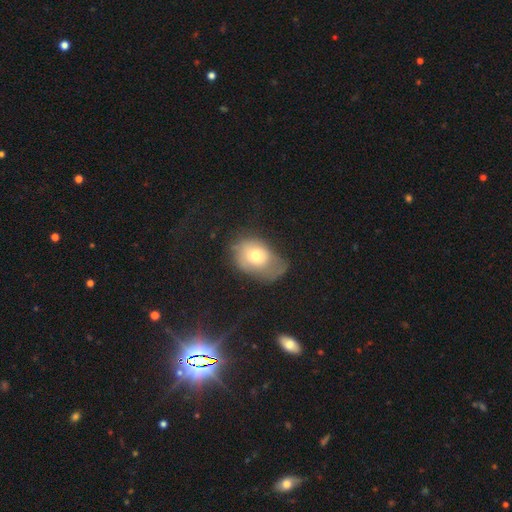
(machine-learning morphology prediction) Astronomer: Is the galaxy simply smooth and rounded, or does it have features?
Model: smooth — 63%.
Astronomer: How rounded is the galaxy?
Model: in between — 69%.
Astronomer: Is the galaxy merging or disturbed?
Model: none — 36% (runner-up: minor disturbance, 34%).